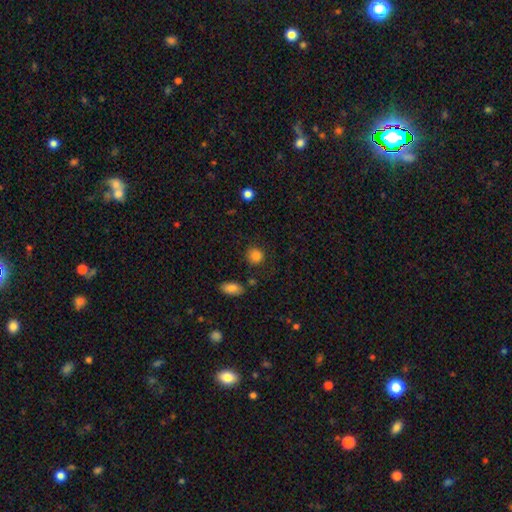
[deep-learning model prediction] A smooth galaxy with no disk features (86%) that is round (86%).

Vote fractions:
- Smooth or featured? smooth: 86% / star or artifact: 10% / featured or disk: 4%
- How rounded? round: 86% / in between: 13% / cigar-shaped: 1%
- Merging? none: 83% / minor disturbance: 10% / major disturbance: 3% / merger: 3%